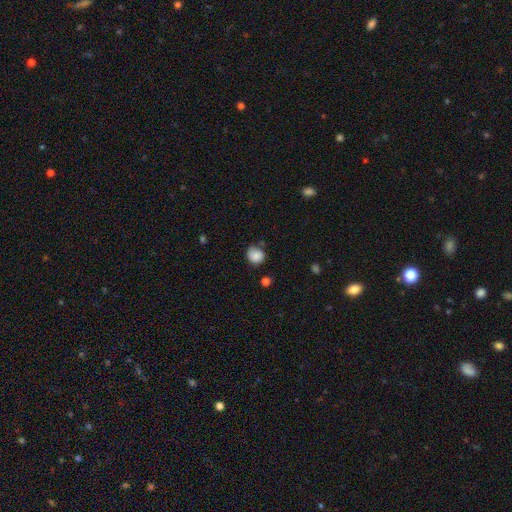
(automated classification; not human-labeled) This appears to be a smooth galaxy with no disk features (82%) that is round (78%). Merging: none (61%).